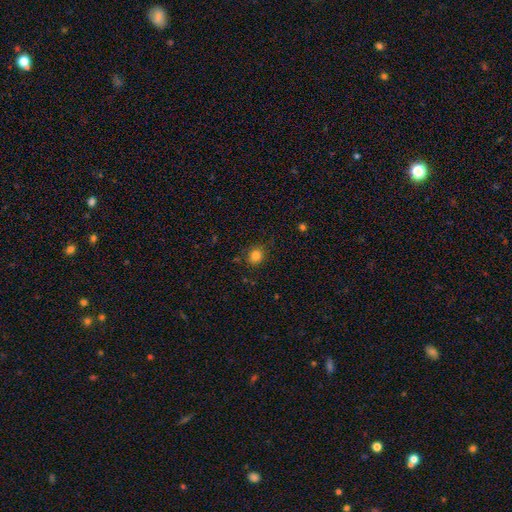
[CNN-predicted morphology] The model was most divided on "how rounded": round: 83%, in between: 16%, cigar-shaped: 1%. More confident: merging — none (84%); smooth or featured — smooth (82%).